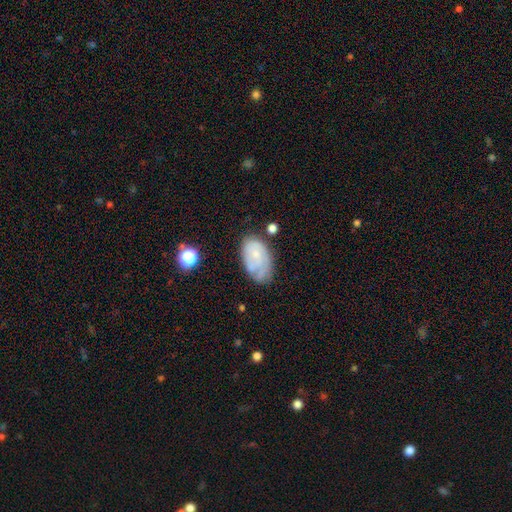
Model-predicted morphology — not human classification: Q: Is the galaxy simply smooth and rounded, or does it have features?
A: featured or disk — 53%.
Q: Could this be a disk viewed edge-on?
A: no — 96%.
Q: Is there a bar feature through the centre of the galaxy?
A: no — 82%.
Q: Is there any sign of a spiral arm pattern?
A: yes — 67%.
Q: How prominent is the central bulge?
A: small — 68%.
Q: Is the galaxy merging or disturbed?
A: none — 54%.